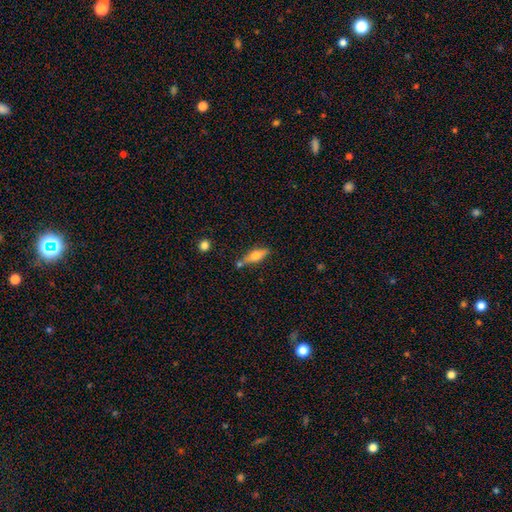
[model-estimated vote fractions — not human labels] Smooth or featured? smooth (51%)
How rounded? cigar-shaped (50%)
Merging? none (67%)